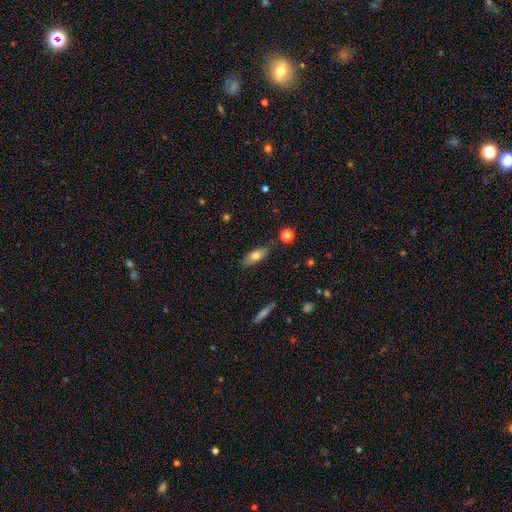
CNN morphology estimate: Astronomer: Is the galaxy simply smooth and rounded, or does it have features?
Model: smooth — 69%.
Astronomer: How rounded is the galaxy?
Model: in between — 71%.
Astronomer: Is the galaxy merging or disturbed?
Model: none — 82%.